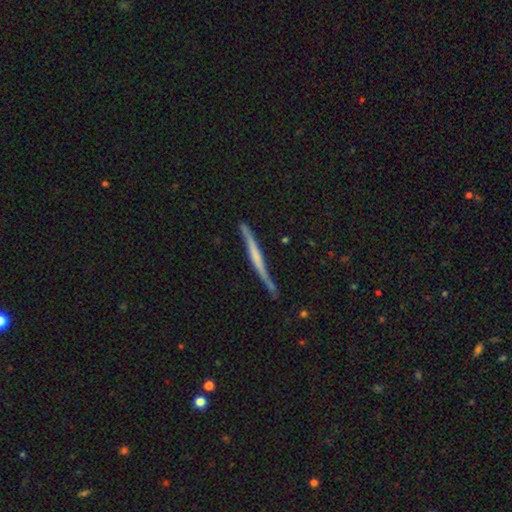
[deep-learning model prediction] The model was most divided on "smooth or featured": featured or disk: 63%, smooth: 32%, star or artifact: 5%. More confident: edge-on disk — yes (95%); merging — none (75%); edge-on bulge — none (60%).